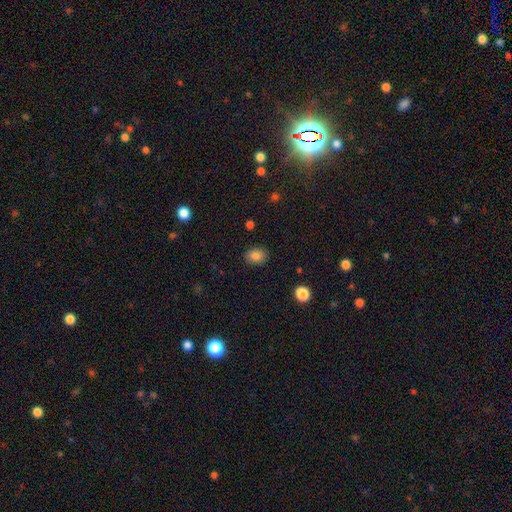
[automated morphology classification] Smooth or featured: smooth — 84% (star or artifact — 10%)
How rounded: in between — 62% (round — 37%)
Merging: none — 87% (minor disturbance — 9%)